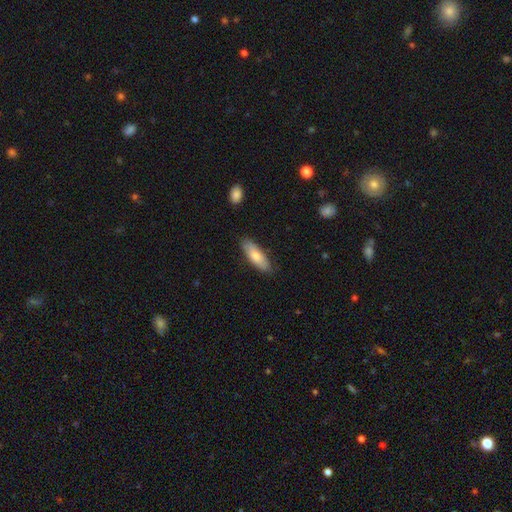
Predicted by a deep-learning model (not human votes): Morphology: type=smooth (72%); roundness=in between (54%); merging=none (84%).